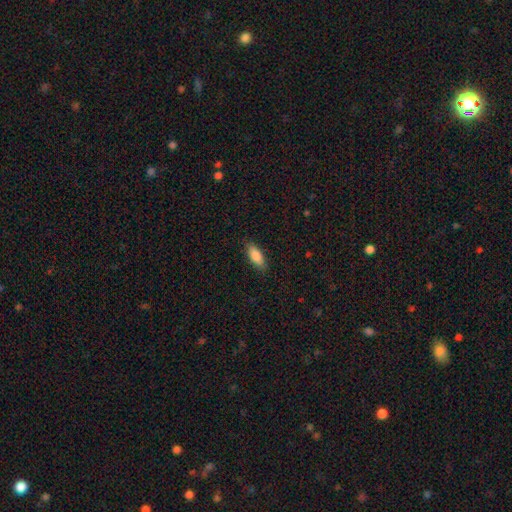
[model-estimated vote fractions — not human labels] The model was most divided on "how rounded": in between: 74%, cigar-shaped: 24%, round: 2%. More confident: merging — none (87%); smooth or featured — smooth (86%).